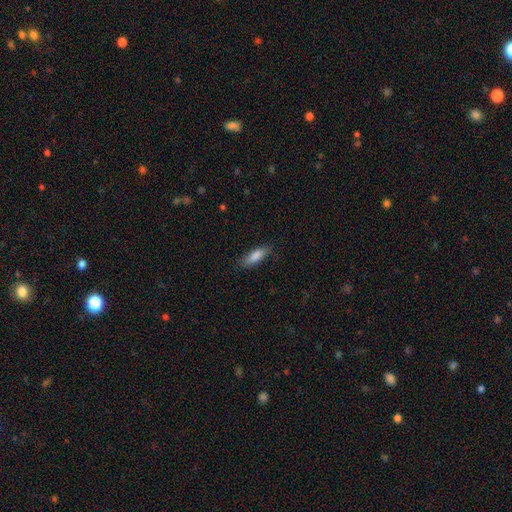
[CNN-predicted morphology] smooth-or-featured: smooth: 84% | featured or disk: 9% | star or artifact: 7%
  how-rounded: in between: 58% | cigar-shaped: 40% | round: 2%
  merging: none: 80% | minor disturbance: 16% | major disturbance: 3% | merger: 1%